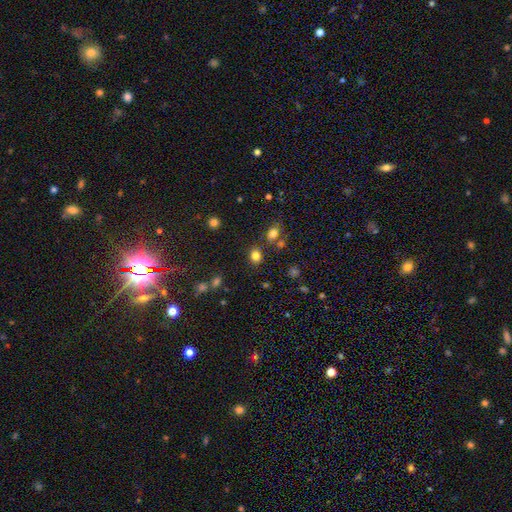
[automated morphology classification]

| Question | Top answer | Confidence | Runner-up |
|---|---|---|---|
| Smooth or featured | smooth | 81% | star or artifact (14%) |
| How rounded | round | 58% | in between (40%) |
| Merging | none | 80% | minor disturbance (10%) |